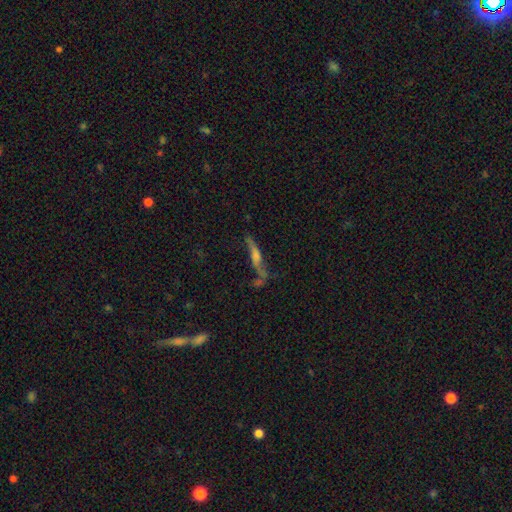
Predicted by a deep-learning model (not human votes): This appears to be a featured or disk galaxy (62%) viewed edge-on (80%). Merging: none (54%).